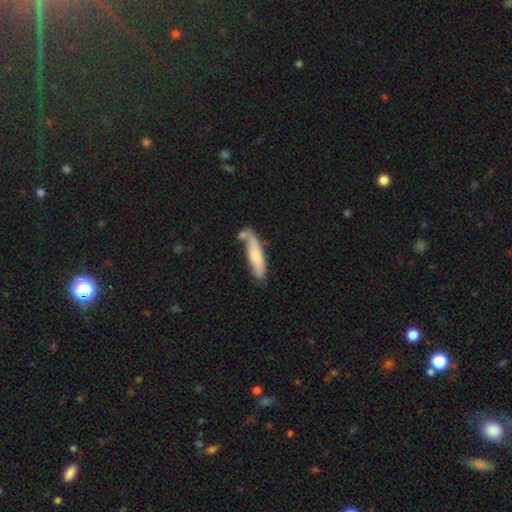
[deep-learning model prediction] The model was most divided on "merging": none: 55%, minor disturbance: 21%, merger: 18%, major disturbance: 6%. More confident: how rounded — cigar-shaped (75%); smooth or featured — smooth (70%).